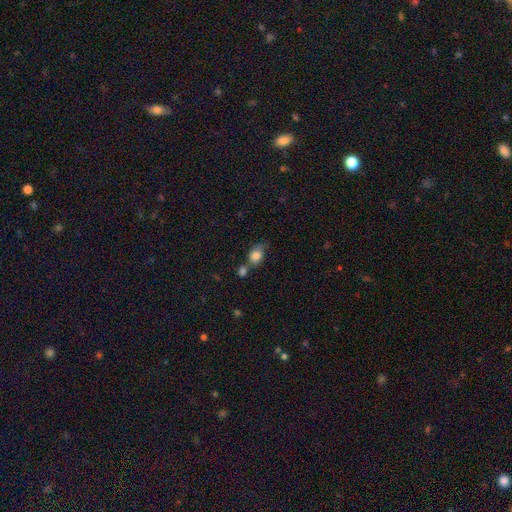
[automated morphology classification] Smooth or featured? Predicted: smooth (p=0.80). How rounded? Predicted: in between (p=0.57). Merging? Predicted: none (p=0.37).